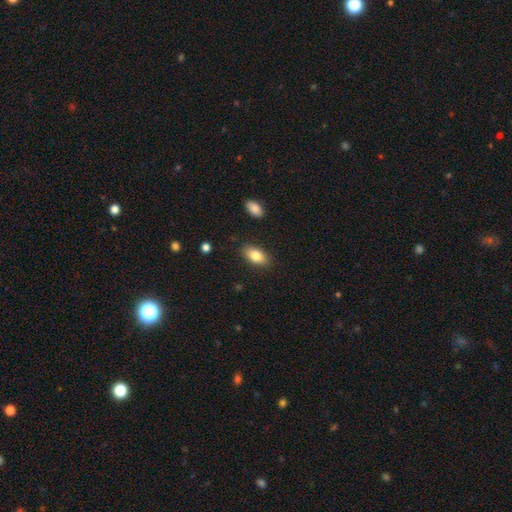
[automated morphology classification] Q: Smooth or featured?
A: smooth (82%); runner-up: featured or disk (11%)
Q: How rounded?
A: in between (91%); runner-up: round (5%)
Q: Merging?
A: none (86%); runner-up: minor disturbance (10%)